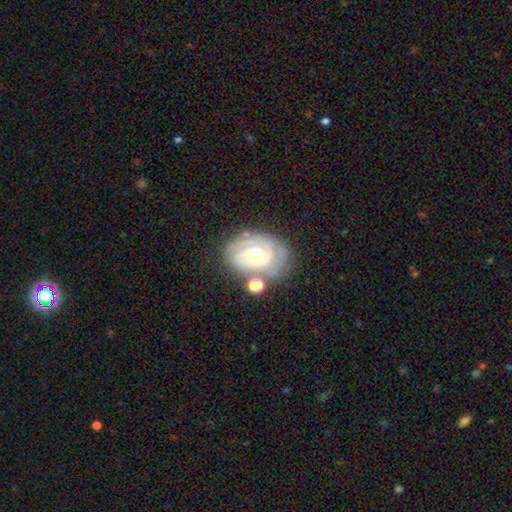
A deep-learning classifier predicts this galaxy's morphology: featured or disk 78%, smooth 15%, star or artifact 7%. Down the decision tree: edge-on disk — no (97%); bar — no (71%); spiral arms — yes (92%); spiral arm count — can't tell (35%); spiral winding — tight (74%); bulge size — small (47%); merging — none (65%).